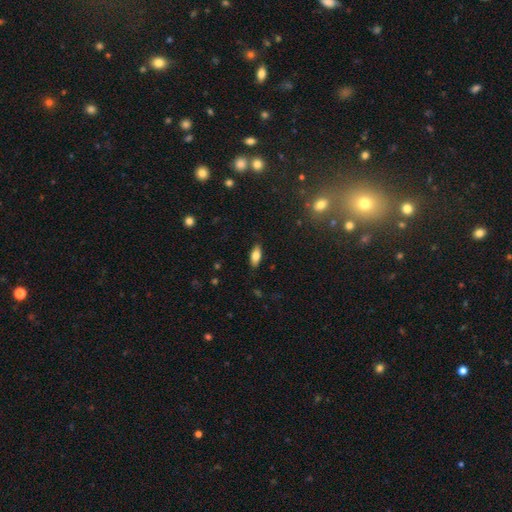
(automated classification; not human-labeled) smooth 78%, featured or disk 15%, star or artifact 8%. Down the decision tree: how rounded — in between (83%); merging — none (86%).